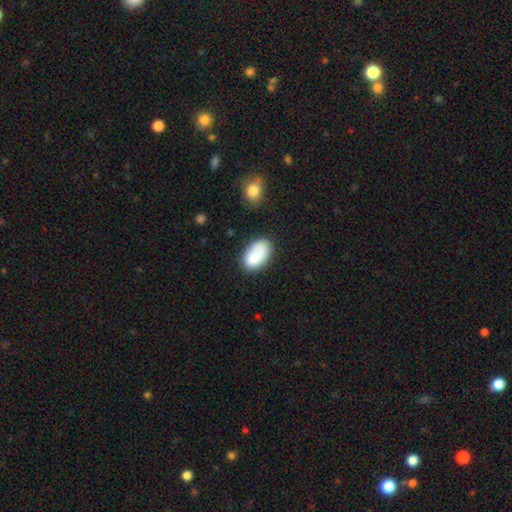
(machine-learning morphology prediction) This is likely a smooth galaxy (79%). How rounded: clearly in between (92%). Merging: likely none (62%).